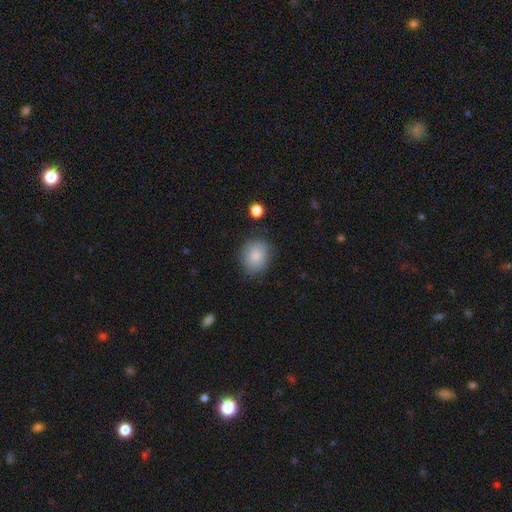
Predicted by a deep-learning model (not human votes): Smooth or featured? smooth (84%)
How rounded? round (66%)
Merging? none (76%)